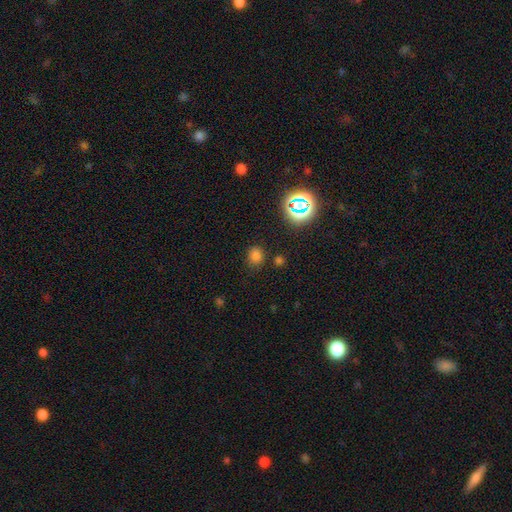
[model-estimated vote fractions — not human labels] This appears to be a smooth galaxy with no disk features (72%) that is round (63%). Merging: none (81%).